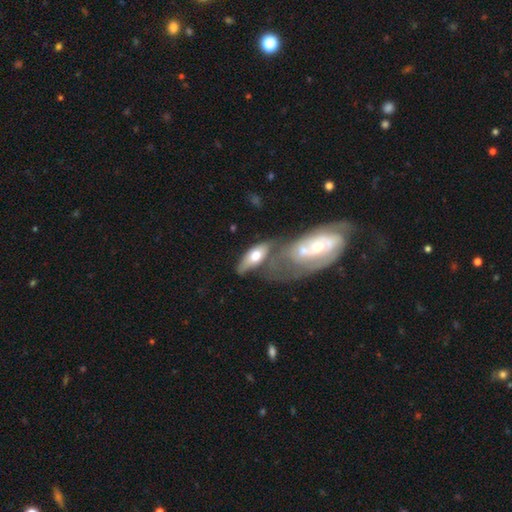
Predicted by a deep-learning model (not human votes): The model was most divided on "smooth or featured": smooth: 53%, featured or disk: 41%, star or artifact: 6%. Remaining: how rounded — in between (82%); merging — merger (45%).